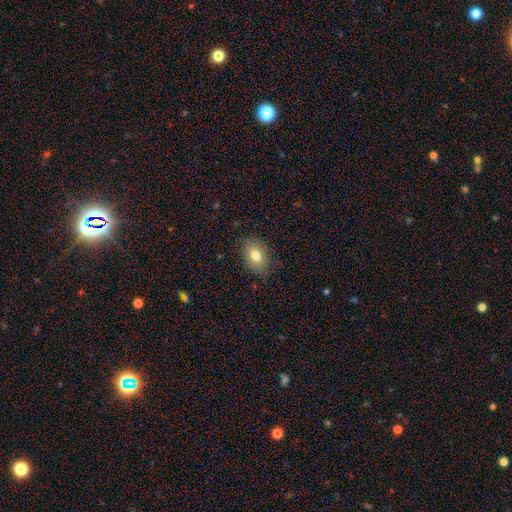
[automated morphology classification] type=smooth (78%); roundness=in between (83%); merging=none (83%).